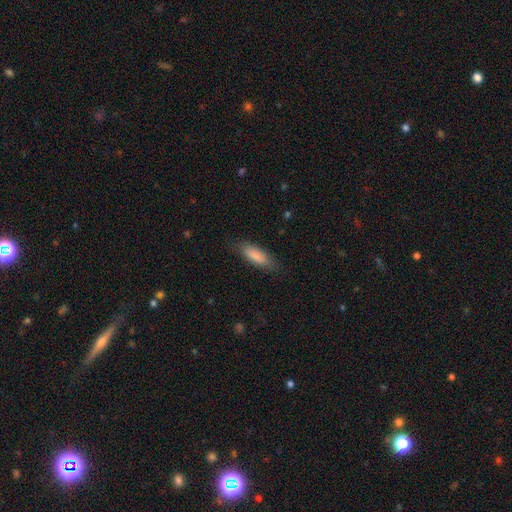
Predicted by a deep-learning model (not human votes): Q: Smooth or featured?
A: smooth (86%); runner-up: featured or disk (8%)
Q: How rounded?
A: in between (59%); runner-up: cigar-shaped (40%)
Q: Merging?
A: none (82%); runner-up: minor disturbance (14%)